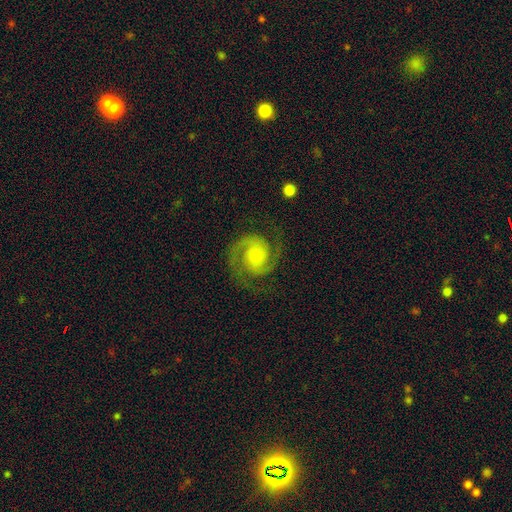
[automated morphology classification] Smooth or featured: featured or disk — 92% (star or artifact — 4%)
Edge-on disk: no — 98% (yes — 2%)
Bar: no — 69% (weak — 24%)
Spiral arms: yes — 99% (no — 1%)
Spiral winding: medium — 54% (tight — 37%)
Spiral arm count: 2 — 94% (3 — 2%)
Bulge size: moderate — 39% (small — 35%)
Merging: none — 81% (minor disturbance — 12%)